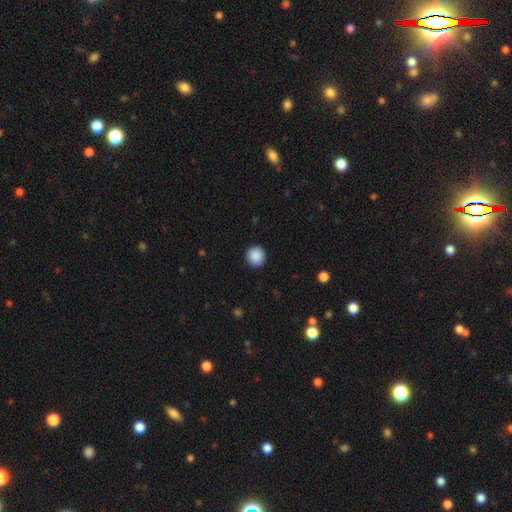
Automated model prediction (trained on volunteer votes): Q: Smooth or featured?
A: smooth (90%); runner-up: star or artifact (8%)
Q: How rounded?
A: round (94%); runner-up: in between (5%)
Q: Merging?
A: none (92%); runner-up: minor disturbance (6%)